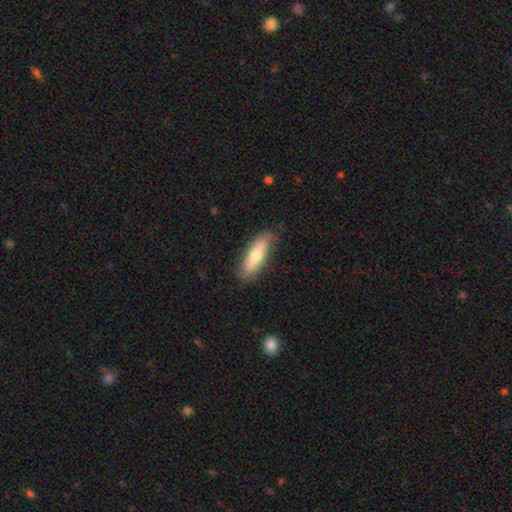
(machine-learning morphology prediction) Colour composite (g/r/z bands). It shows a smooth galaxy with no disk features (67%) that is cigar-shaped (51%). Merging: none (81%).